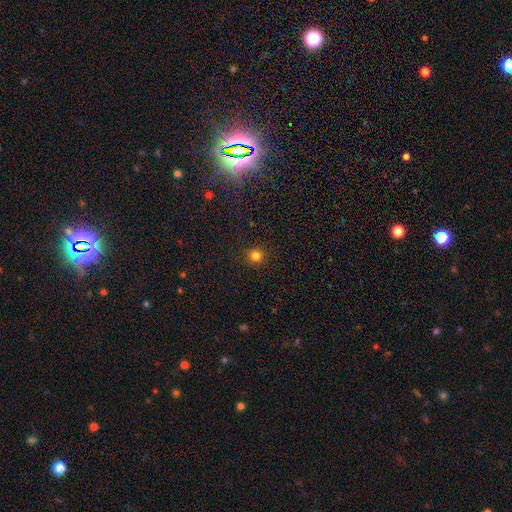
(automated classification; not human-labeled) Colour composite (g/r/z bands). It shows a smooth galaxy with no disk features (81%) that is round (94%). Merging: none (92%).